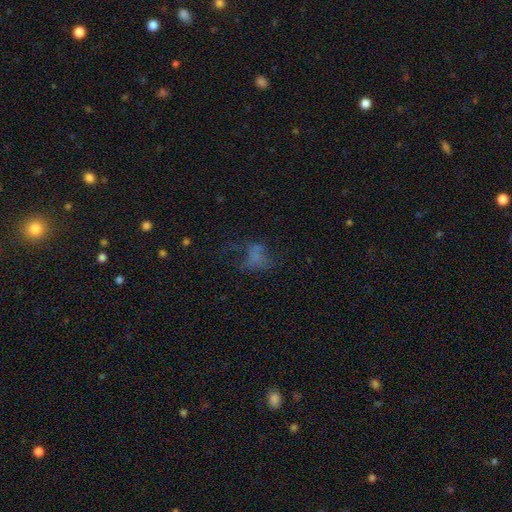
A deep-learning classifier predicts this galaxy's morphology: Smooth or featured: smooth — 43% (featured or disk — 32%)
Merging: major disturbance — 40% (none — 36%)